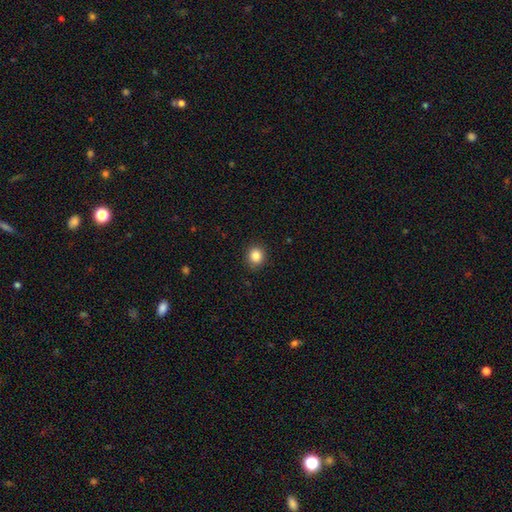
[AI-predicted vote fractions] smooth-or-featured: smooth: 85% | star or artifact: 10% | featured or disk: 4%
  how-rounded: round: 83% | in between: 16% | cigar-shaped: 1%
  merging: none: 89% | minor disturbance: 8% | major disturbance: 2% | merger: 1%